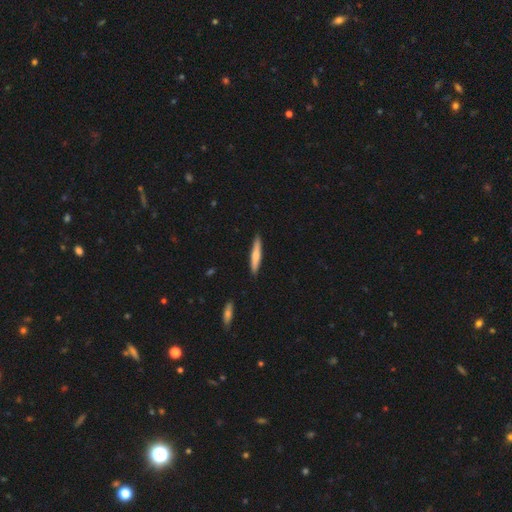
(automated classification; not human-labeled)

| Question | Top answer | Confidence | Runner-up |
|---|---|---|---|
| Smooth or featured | smooth | 70% | featured or disk (25%) |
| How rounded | cigar-shaped | 92% | in between (7%) |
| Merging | none | 89% | minor disturbance (8%) |